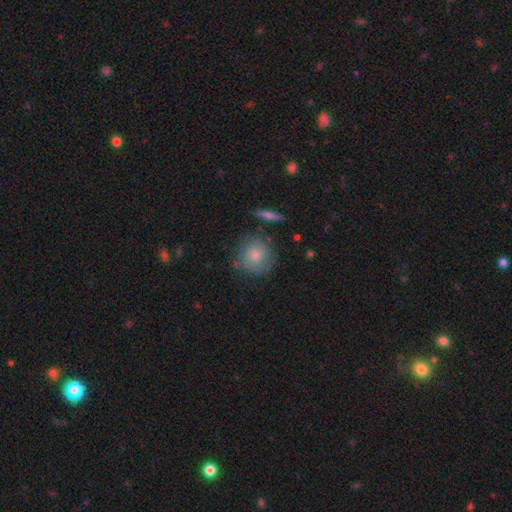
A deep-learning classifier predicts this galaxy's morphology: Smooth or featured? Predicted: smooth (p=0.61). How rounded? Predicted: round (p=0.90). Merging? Predicted: none (p=0.73).